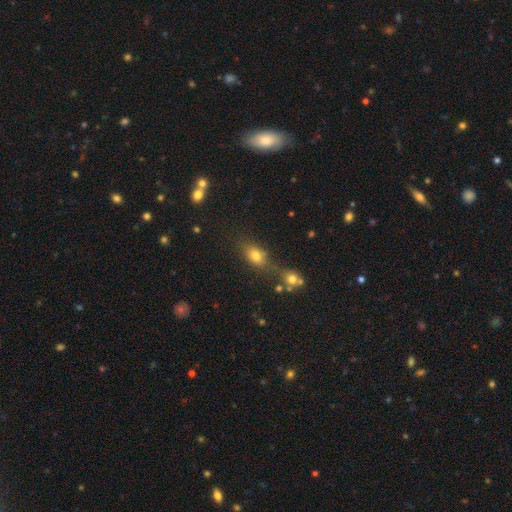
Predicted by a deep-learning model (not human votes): Smooth or featured?
  - smooth: 74% *
  - star or artifact: 15%
  - featured or disk: 11%
How rounded?
  - in between: 75% *
  - round: 22%
  - cigar-shaped: 4%
Merging?
  - none: 53% *
  - merger: 25%
  - minor disturbance: 14%
  - major disturbance: 7%